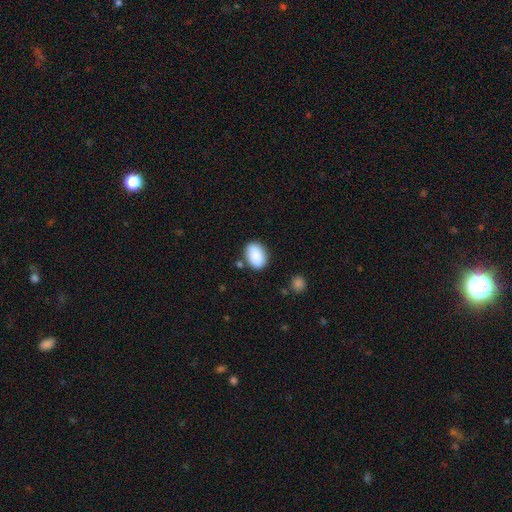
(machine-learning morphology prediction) smooth 89%, star or artifact 7%, featured or disk 5%. Down the decision tree: how rounded — in between (83%); merging — none (80%).